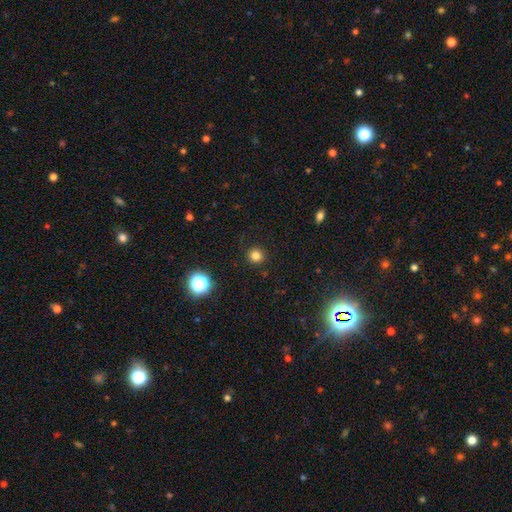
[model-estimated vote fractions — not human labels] Smooth or featured? Predicted: smooth (p=0.81). How rounded? Predicted: round (p=0.94). Merging? Predicted: none (p=0.91).